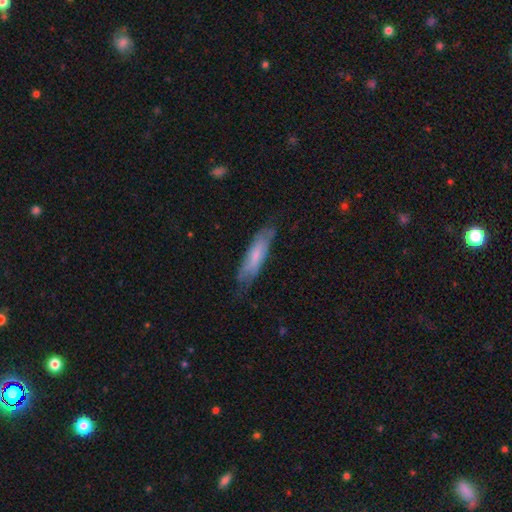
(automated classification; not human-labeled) smooth-or-featured: smooth: 58% | featured or disk: 36% | star or artifact: 6%
  how-rounded: cigar-shaped: 71% | in between: 28% | round: 1%
  merging: none: 66% | minor disturbance: 25% | major disturbance: 8% | merger: 2%